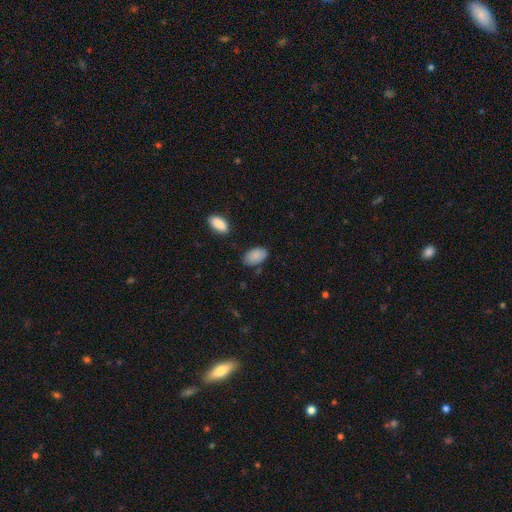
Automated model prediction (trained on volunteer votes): This is clearly a smooth galaxy (88%). How rounded: clearly in between (94%). Merging: likely none (76%).